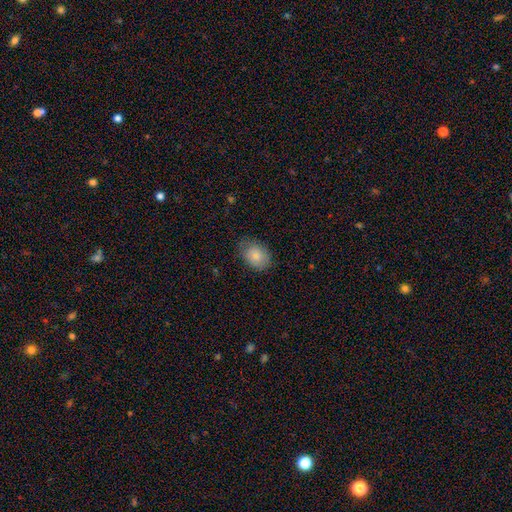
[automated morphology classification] Q: Smooth or featured?
A: smooth (83%); runner-up: featured or disk (10%)
Q: How rounded?
A: in between (72%); runner-up: round (27%)
Q: Merging?
A: none (73%); runner-up: minor disturbance (21%)